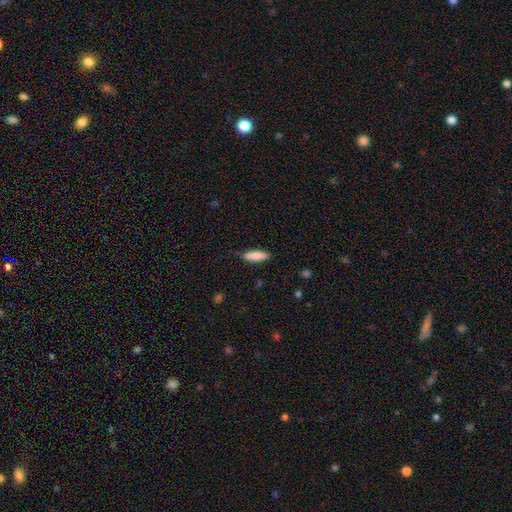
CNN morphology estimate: smooth 86%, featured or disk 8%, star or artifact 6%. Down the decision tree: how rounded — cigar-shaped (53%); merging — none (82%).